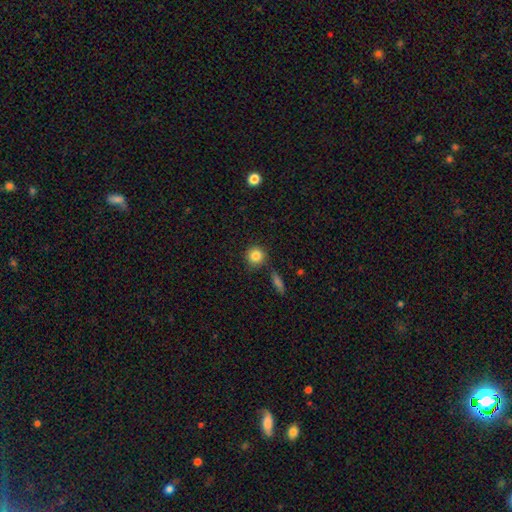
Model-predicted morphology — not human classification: smooth_or_featured: smooth (p=0.84) [alt: star or artifact p=0.10]
how_rounded: round (p=0.92) [alt: in between p=0.07]
merging: none (p=0.83) [alt: minor disturbance p=0.09]